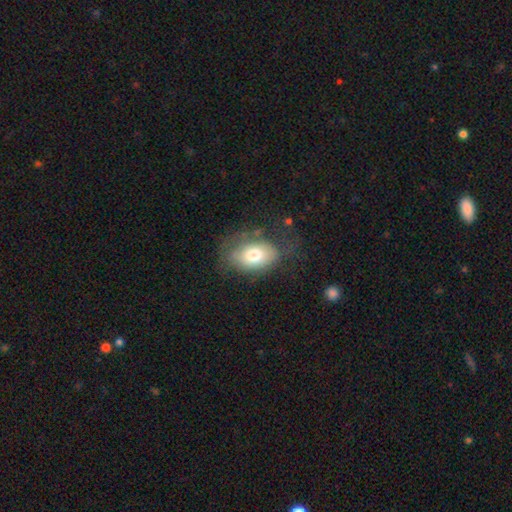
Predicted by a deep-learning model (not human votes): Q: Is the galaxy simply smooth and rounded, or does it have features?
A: smooth — 70%.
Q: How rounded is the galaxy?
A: in between — 83%.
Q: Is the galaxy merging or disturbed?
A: none — 56%.